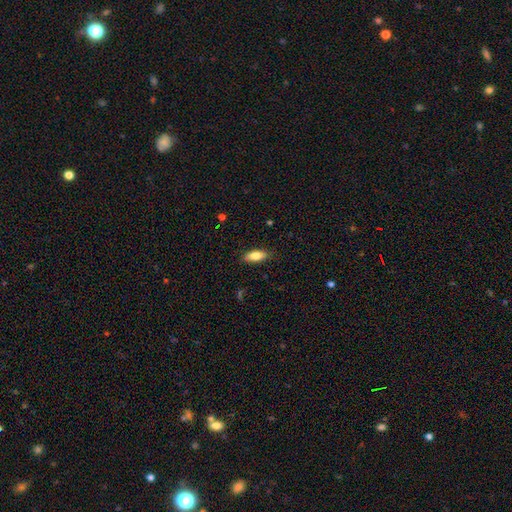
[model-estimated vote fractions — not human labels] A smooth galaxy with no disk features (80%) that is in between round and cigar-shaped (74%). Merging: none (85%).